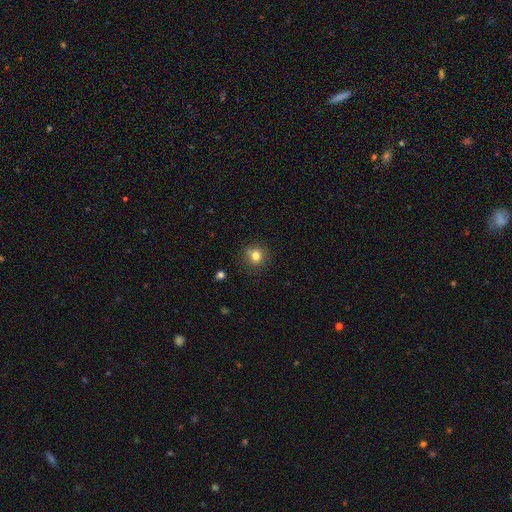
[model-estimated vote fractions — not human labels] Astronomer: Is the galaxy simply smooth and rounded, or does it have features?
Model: smooth — 79%.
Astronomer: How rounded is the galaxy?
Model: round — 86%.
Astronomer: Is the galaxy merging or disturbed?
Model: none — 80%.